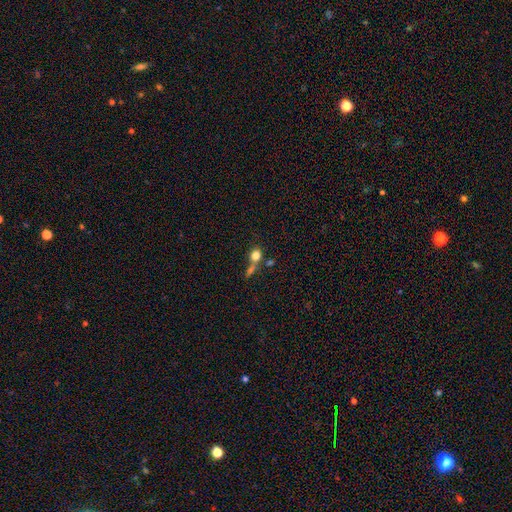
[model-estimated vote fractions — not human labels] This is likely a smooth galaxy (77%). How rounded: likely round (71%). Merging: marginally none (42%).